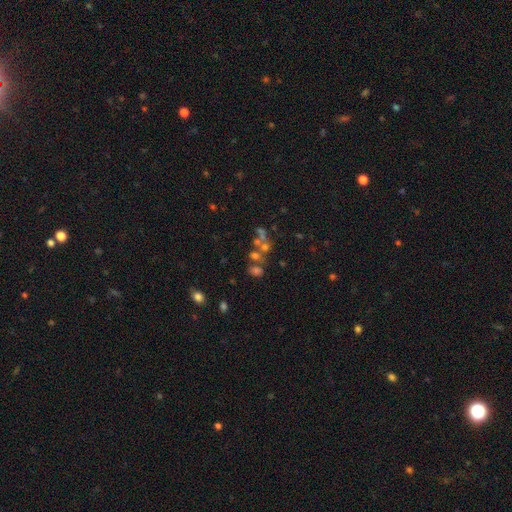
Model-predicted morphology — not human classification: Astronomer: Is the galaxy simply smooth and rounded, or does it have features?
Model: star or artifact — 40% (runner-up: featured or disk, 31%).